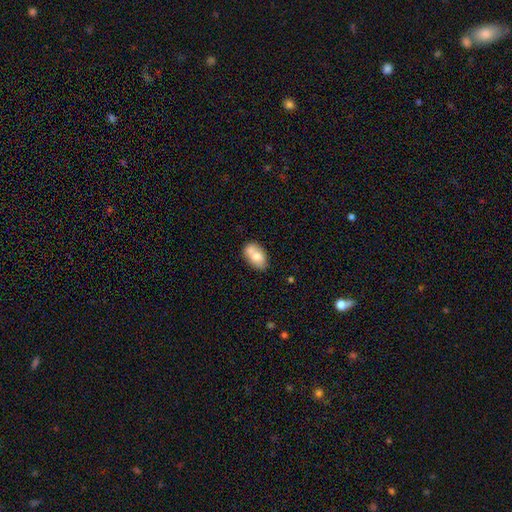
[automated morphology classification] type=smooth (71%); roundness=in between (88%); merging=none (47%).